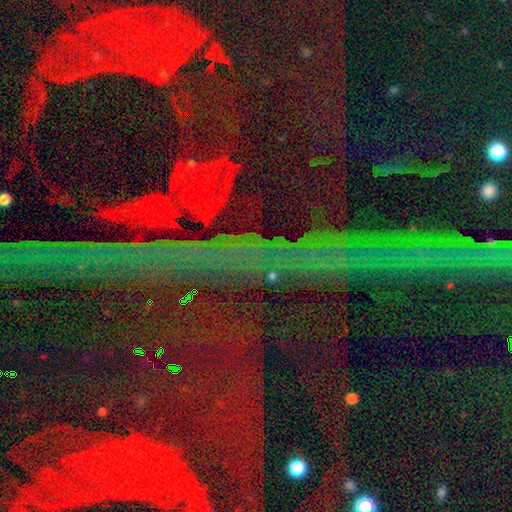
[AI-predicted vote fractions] Smooth or featured?
  - star or artifact: 85% *
  - featured or disk: 8%
  - smooth: 7%